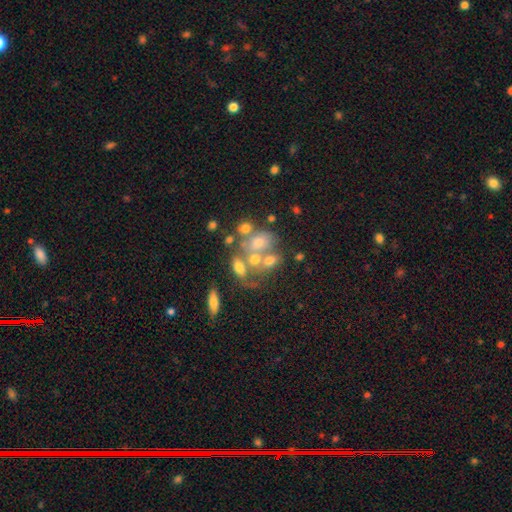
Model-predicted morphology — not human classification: The model was most divided on "smooth or featured": featured or disk: 47%, smooth: 31%, star or artifact: 22%. Remaining: merging — merger (50%).